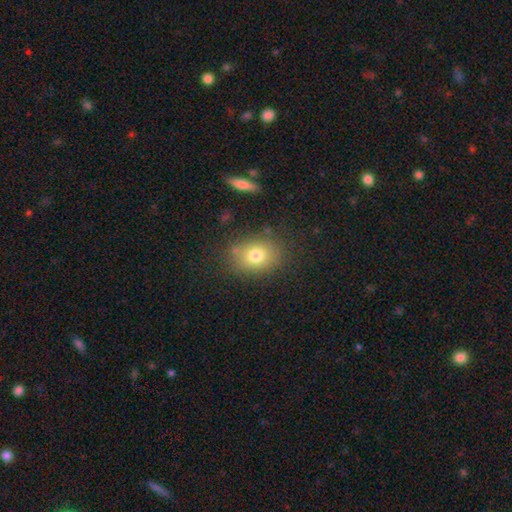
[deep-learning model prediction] Smooth or featured: smooth — 76% (star or artifact — 12%)
How rounded: in between — 59% (round — 40%)
Merging: none — 79% (minor disturbance — 13%)